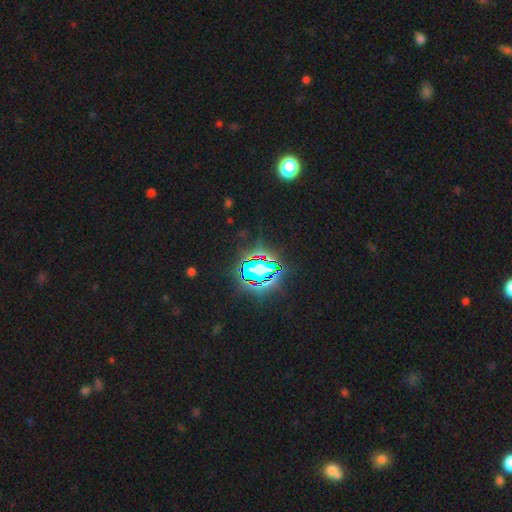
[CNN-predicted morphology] Smooth or featured? star or artifact (81%)